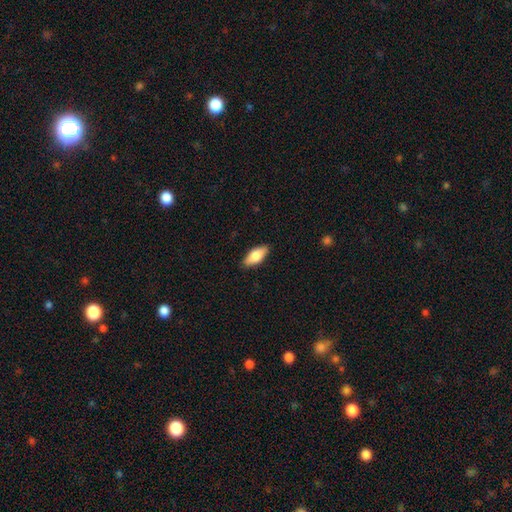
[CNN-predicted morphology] Smooth or featured?
  - smooth: 77% *
  - featured or disk: 18%
  - star or artifact: 6%
How rounded?
  - in between: 83% *
  - cigar-shaped: 15%
  - round: 3%
Merging?
  - none: 88% *
  - minor disturbance: 9%
  - major disturbance: 2%
  - merger: 1%